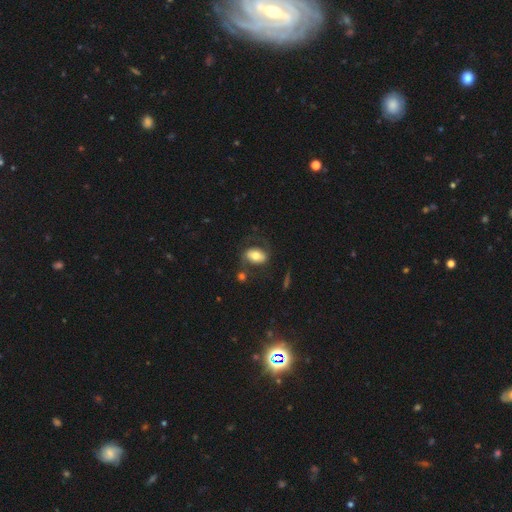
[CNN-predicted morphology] Smooth or featured? Predicted: smooth (p=0.58). How rounded? Predicted: in between (p=0.87). Merging? Predicted: none (p=0.59).